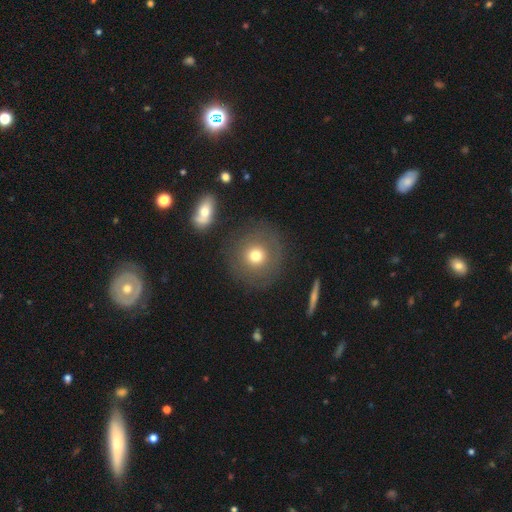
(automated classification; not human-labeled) Smooth or featured: smooth — 70% (featured or disk — 18%)
How rounded: round — 92% (in between — 7%)
Merging: none — 82% (minor disturbance — 10%)